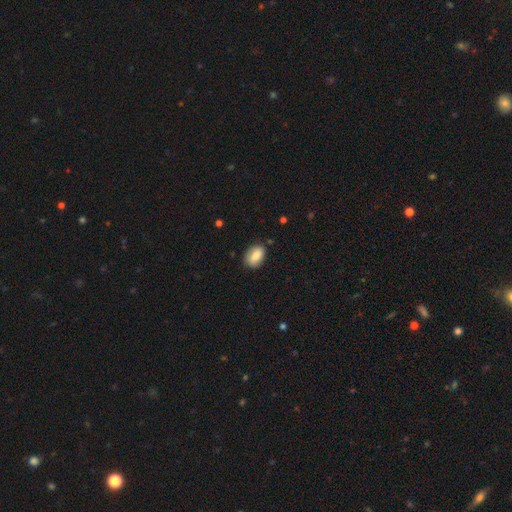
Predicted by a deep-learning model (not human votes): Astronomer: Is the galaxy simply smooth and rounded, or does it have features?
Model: smooth — 84%.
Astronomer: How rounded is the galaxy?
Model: in between — 85%.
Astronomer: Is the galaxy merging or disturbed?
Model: none — 81%.